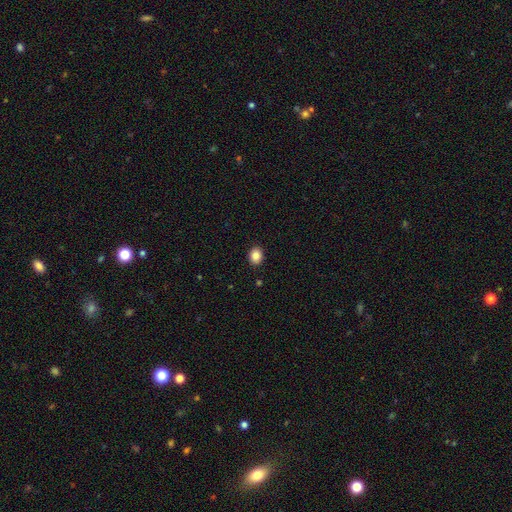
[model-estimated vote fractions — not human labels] A smooth galaxy with no disk features (85%) that is round (50%, tied with in between). Merging: none (91%).